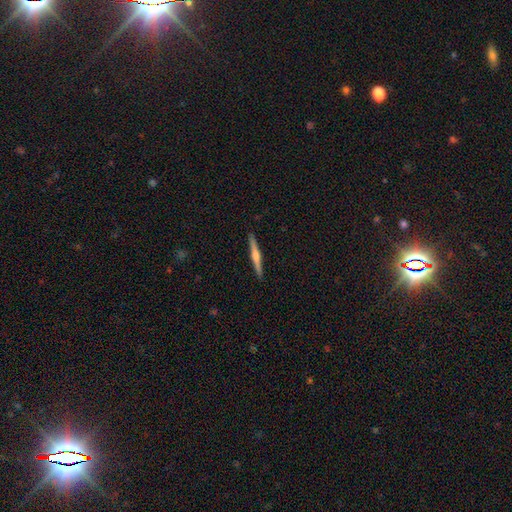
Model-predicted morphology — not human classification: This appears to be a featured or disk galaxy (68%) viewed edge-on (98%) with a rounded central bulge (84%). Merging: none (92%).